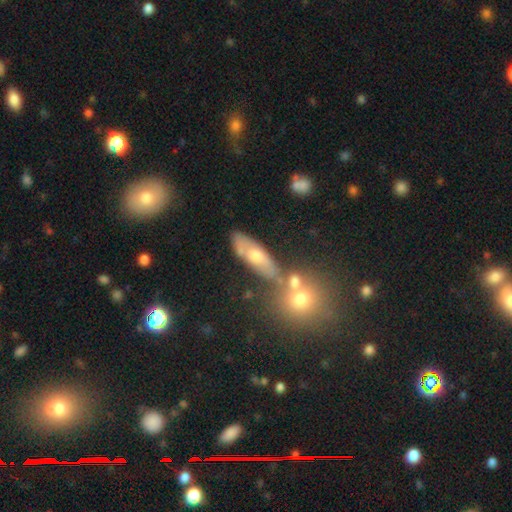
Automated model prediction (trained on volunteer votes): smooth 50%, featured or disk 40%, star or artifact 10%. Down the decision tree: merging — none (62%).